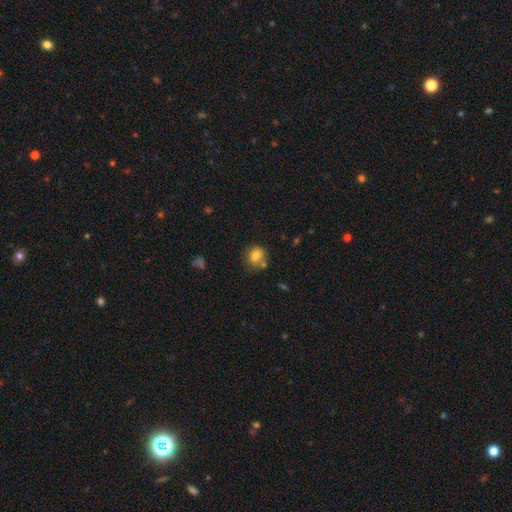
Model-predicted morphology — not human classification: type=smooth (78%); roundness=round (72%); merging=none (64%).